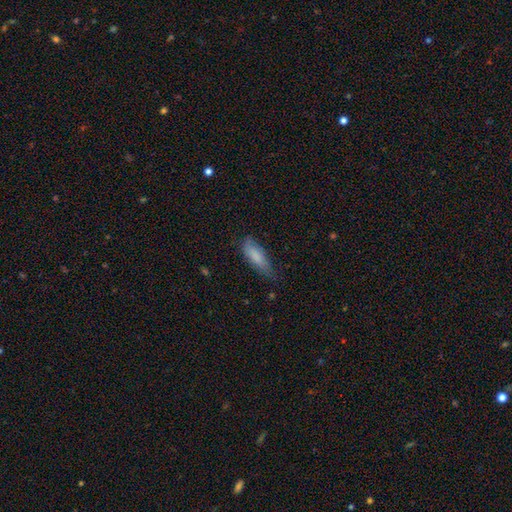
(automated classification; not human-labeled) A smooth galaxy with no disk features (80%) that is in between round and cigar-shaped (61%).

Vote fractions:
- Smooth or featured? smooth: 80% / featured or disk: 13% / star or artifact: 7%
- How rounded? in between: 61% / cigar-shaped: 37% / round: 2%
- Merging? none: 58% / minor disturbance: 33% / major disturbance: 8% / merger: 2%